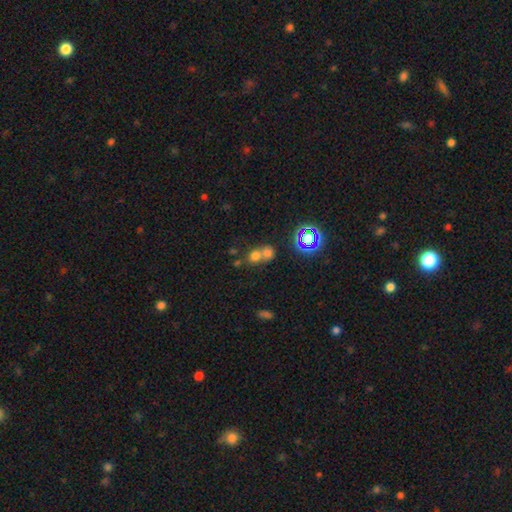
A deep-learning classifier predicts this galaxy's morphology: This appears to be a smooth galaxy with no disk features (66%) that is round (75%). Merging: merger (59%).